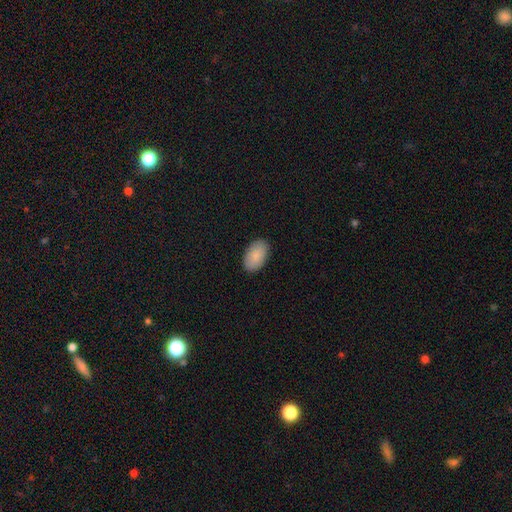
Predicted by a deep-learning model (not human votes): A smooth galaxy with no disk features (88%) that is in between round and cigar-shaped (94%).

Vote fractions:
- Smooth or featured? smooth: 88% / featured or disk: 6% / star or artifact: 6%
- How rounded? in between: 94% / round: 4% / cigar-shaped: 1%
- Merging? none: 89% / minor disturbance: 9% / major disturbance: 2% / merger: 1%